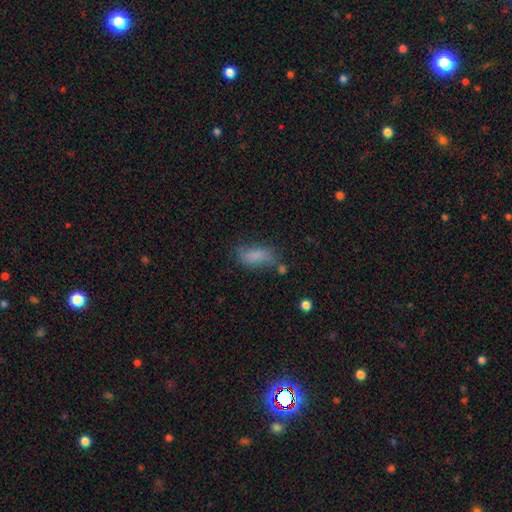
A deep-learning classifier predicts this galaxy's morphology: smooth 75%, featured or disk 15%, star or artifact 10%. Down the decision tree: how rounded — in between (81%); merging — none (52%).